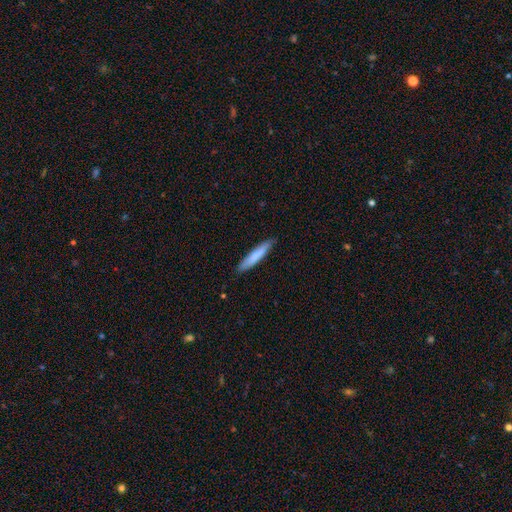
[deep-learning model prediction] smooth 79%, featured or disk 16%, star or artifact 5%. Down the decision tree: how rounded — cigar-shaped (91%); merging — none (87%).